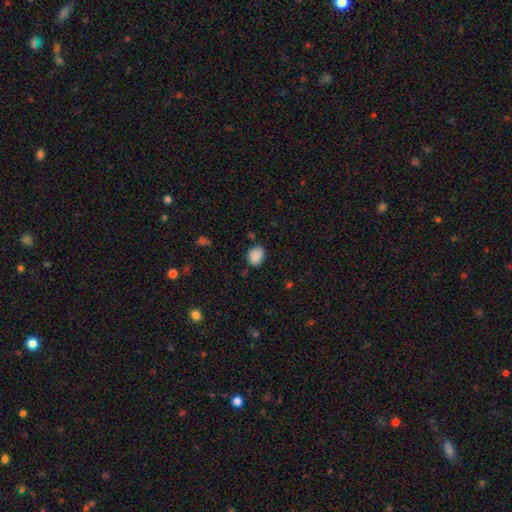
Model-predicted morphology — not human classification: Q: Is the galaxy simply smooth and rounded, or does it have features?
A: smooth — 88%.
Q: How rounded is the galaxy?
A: in between — 51%.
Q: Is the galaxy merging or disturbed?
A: none — 79%.